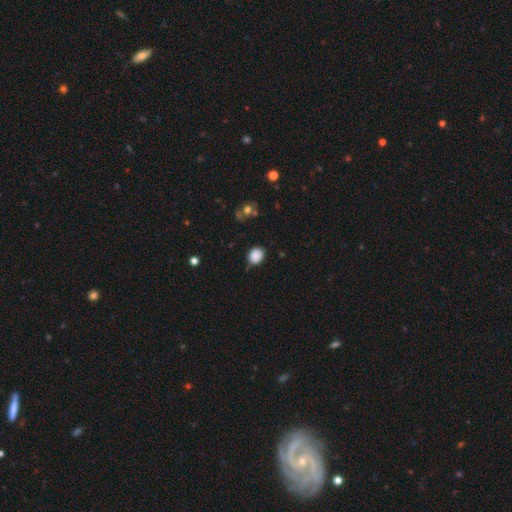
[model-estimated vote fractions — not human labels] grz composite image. It shows a smooth galaxy with no disk features (87%) that is round (68%). Merging: none (79%).